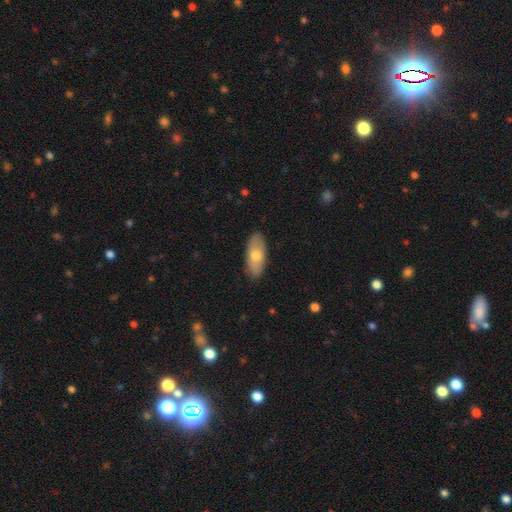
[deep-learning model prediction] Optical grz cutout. It shows a smooth galaxy with no disk features (68%) that is in between round and cigar-shaped (83%). Merging: none (88%).